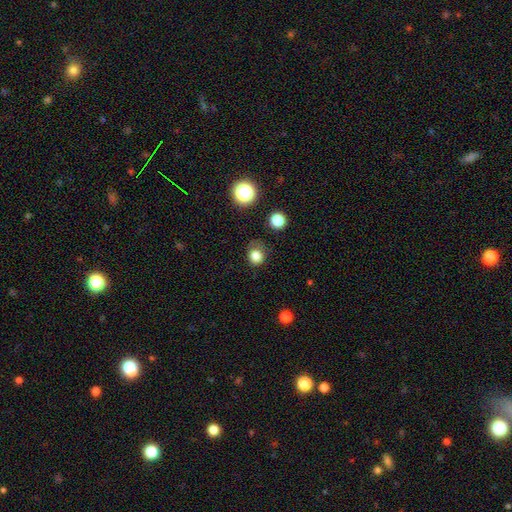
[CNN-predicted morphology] Smooth or featured? Predicted: smooth (p=0.81). How rounded? Predicted: round (p=0.76). Merging? Predicted: none (p=0.67).